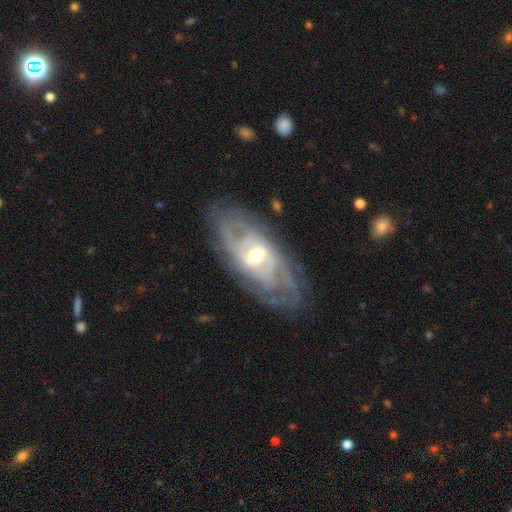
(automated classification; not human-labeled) Overall: featured or disk (84%). Edge-on disk: no (91%). Bar: weak (46%; no 31%). Spiral arms: yes (87%). Spiral arm count: 2 (38%, tied with can't tell). Spiral winding: tight (56%; medium 33%). Bulge size: moderate (65%; small 26%). Merging: none (73%).